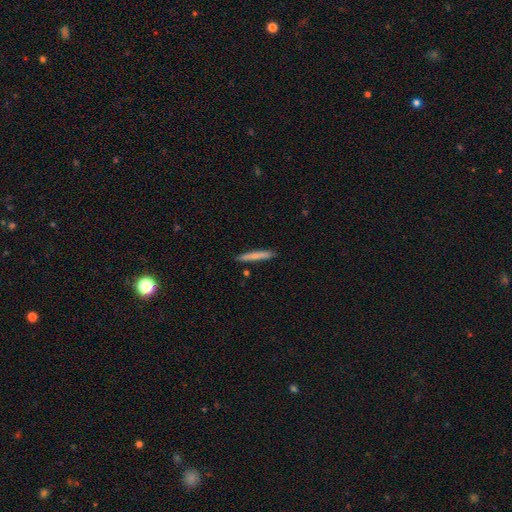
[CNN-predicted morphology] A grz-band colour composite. It shows a smooth galaxy with no disk features (73%) that is cigar-shaped (96%). Merging: none (89%).